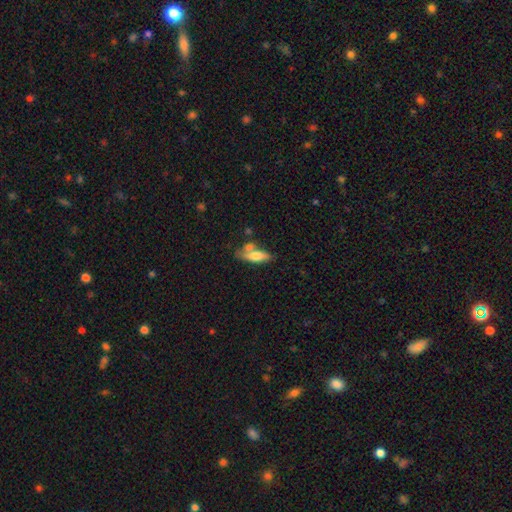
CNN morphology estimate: Smooth or featured: smooth — 68% (featured or disk — 25%)
How rounded: in between — 57% (cigar-shaped — 40%)
Merging: none — 49% (merger — 26%)